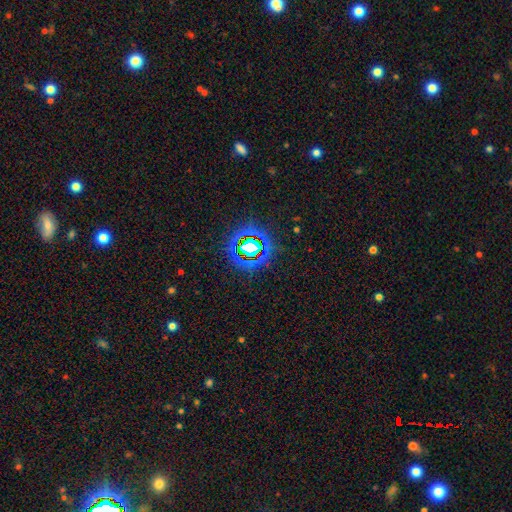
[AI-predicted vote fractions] Smooth or featured? Predicted: star or artifact (p=0.75).